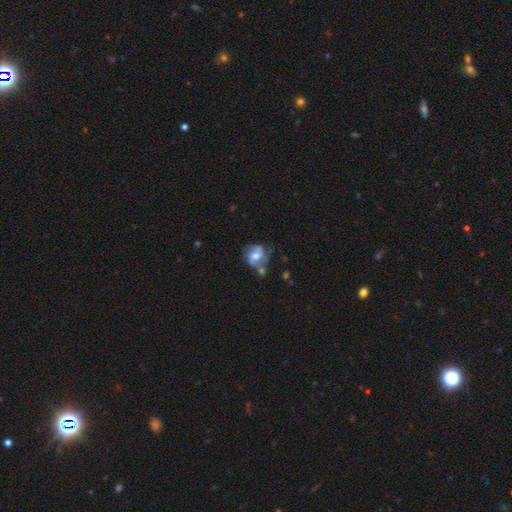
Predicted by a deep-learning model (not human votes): Smooth or featured? featured or disk (55%)
Edge-on disk? no (97%)
Bar? no (45%)
Spiral arms? yes (78%)
Bulge size? moderate (60%)
Merging? none (47%)